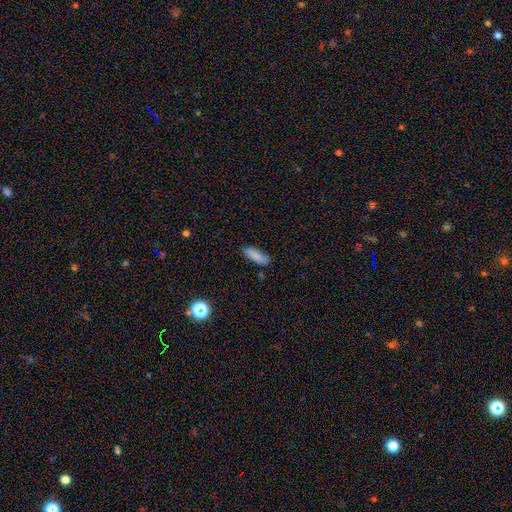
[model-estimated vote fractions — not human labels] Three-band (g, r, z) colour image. It shows a smooth galaxy with no disk features (86%) that is cigar-shaped (54%). Merging: none (86%).